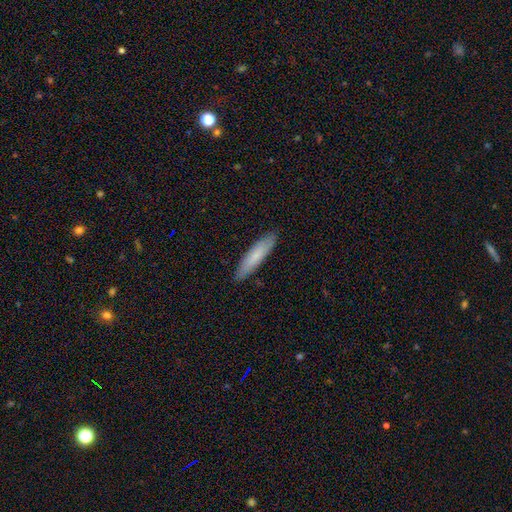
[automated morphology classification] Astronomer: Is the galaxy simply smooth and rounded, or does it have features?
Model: smooth — 77%.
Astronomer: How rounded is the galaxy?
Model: cigar-shaped — 82%.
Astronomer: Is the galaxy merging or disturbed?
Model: none — 89%.